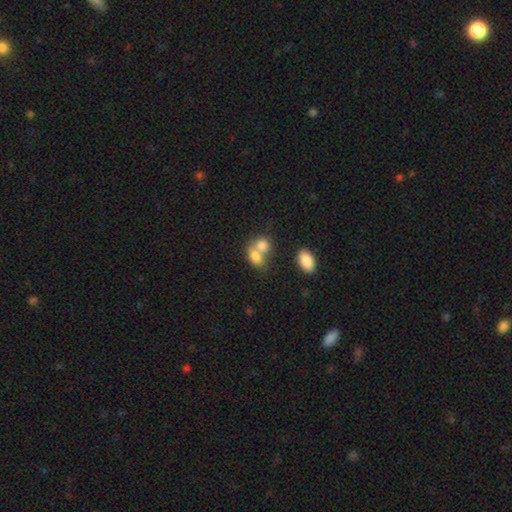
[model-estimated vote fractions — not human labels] A smooth galaxy with no disk features (79%) that is in between round and cigar-shaped (68%).

Vote fractions:
- Smooth or featured? smooth: 79% / featured or disk: 12% / star or artifact: 9%
- How rounded? in between: 68% / round: 30% / cigar-shaped: 2%
- Merging? merger: 66% / none: 23% / minor disturbance: 7% / major disturbance: 4%